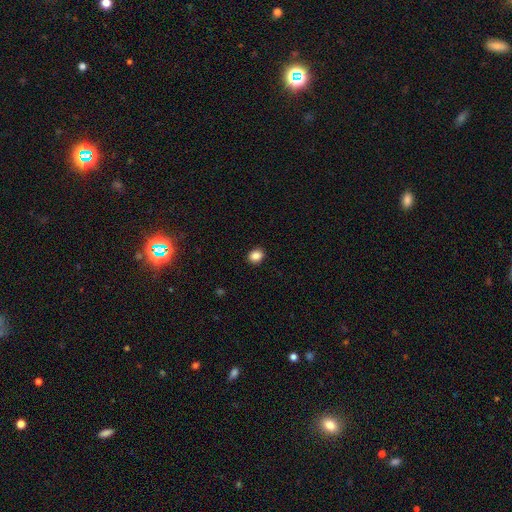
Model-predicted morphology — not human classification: Smooth or featured? Predicted: smooth (p=0.87). How rounded? Predicted: round (p=0.60). Merging? Predicted: none (p=0.91).